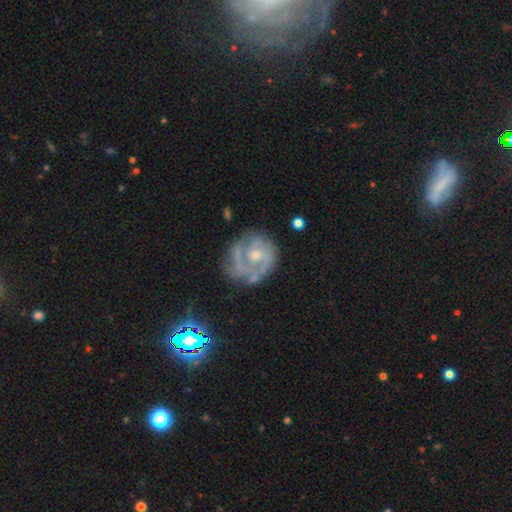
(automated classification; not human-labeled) Smooth or featured: featured or disk — 79% (smooth — 14%)
Edge-on disk: no — 98% (yes — 2%)
Bar: no — 64% (weak — 30%)
Spiral arms: yes — 81% (no — 19%)
Spiral winding: tight — 47% (medium — 38%)
Spiral arm count: 2 — 40% (can't tell — 27%)
Bulge size: moderate — 49% (small — 40%)
Merging: none — 57% (minor disturbance — 23%)